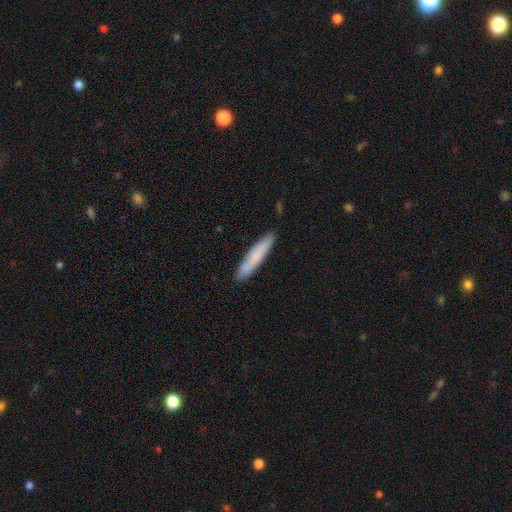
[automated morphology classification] Smooth or featured? smooth (78%)
How rounded? cigar-shaped (92%)
Merging? none (89%)